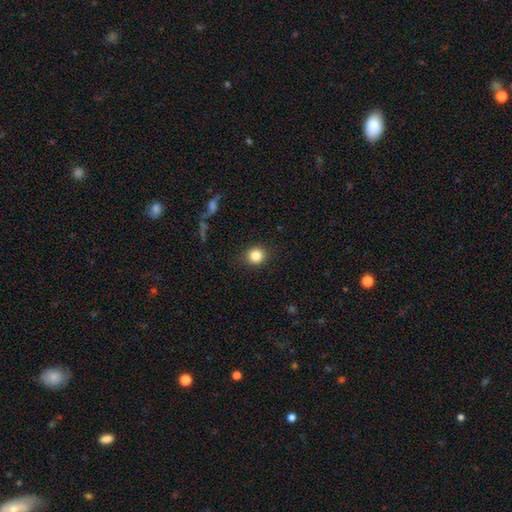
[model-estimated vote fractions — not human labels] Morphology: type=smooth (83%); roundness=round (84%); merging=none (88%).